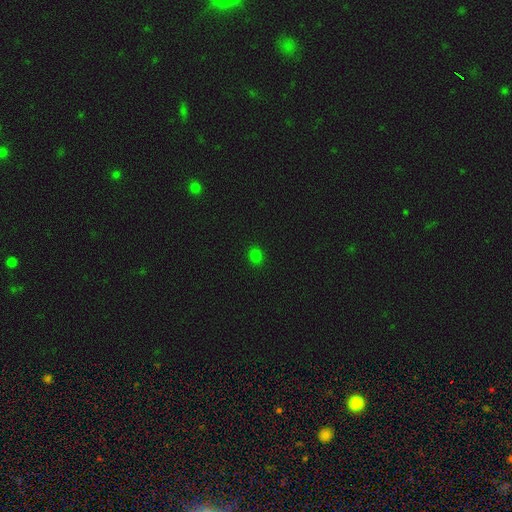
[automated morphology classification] A smooth galaxy with no disk features (78%) that is round (66%).

Vote fractions:
- Smooth or featured? smooth: 78% / star or artifact: 18% / featured or disk: 4%
- How rounded? round: 66% / in between: 33% / cigar-shaped: 1%
- Merging? none: 90% / minor disturbance: 7% / major disturbance: 2% / merger: 1%